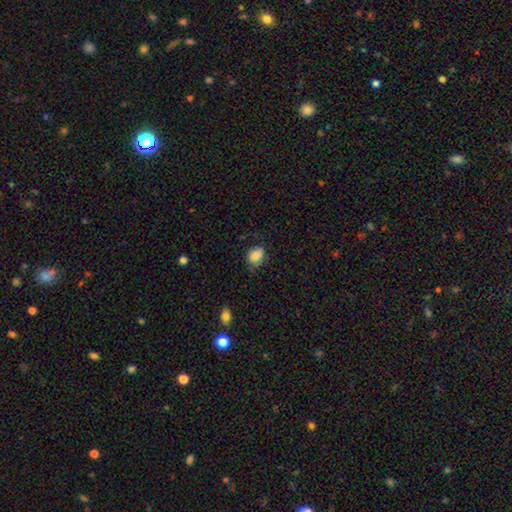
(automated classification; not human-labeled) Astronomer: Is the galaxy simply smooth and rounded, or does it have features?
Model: smooth — 86%.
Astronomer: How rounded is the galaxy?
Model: in between — 52% (runner-up: round, 47%).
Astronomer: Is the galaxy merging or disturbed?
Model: none — 67%.